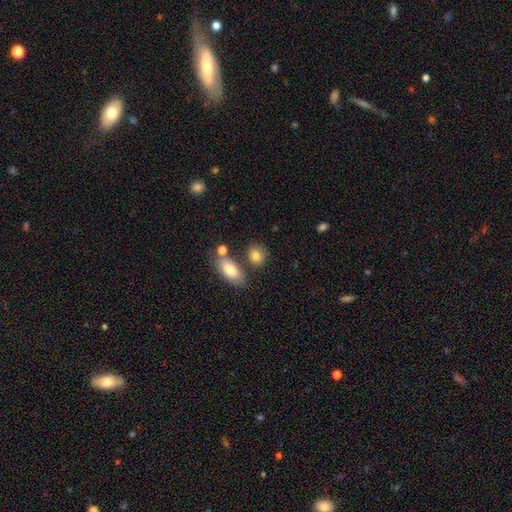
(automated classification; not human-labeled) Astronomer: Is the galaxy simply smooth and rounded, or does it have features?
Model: smooth — 82%.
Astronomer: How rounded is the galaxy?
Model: in between — 58% (runner-up: round, 39%).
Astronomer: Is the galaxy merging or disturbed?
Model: none — 67%.